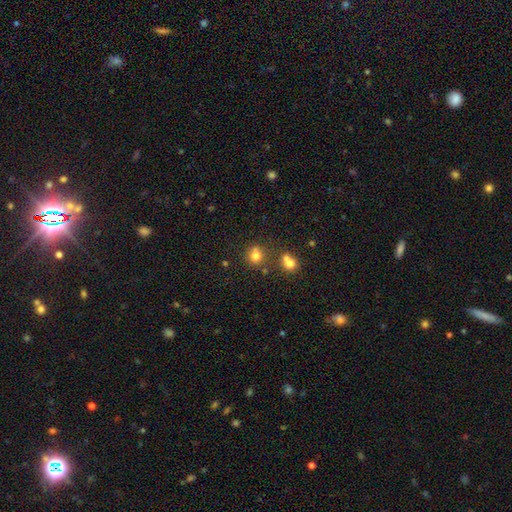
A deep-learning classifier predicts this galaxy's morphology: This appears to be a smooth galaxy with no disk features (76%) that is round (85%). Merging: none (63%).